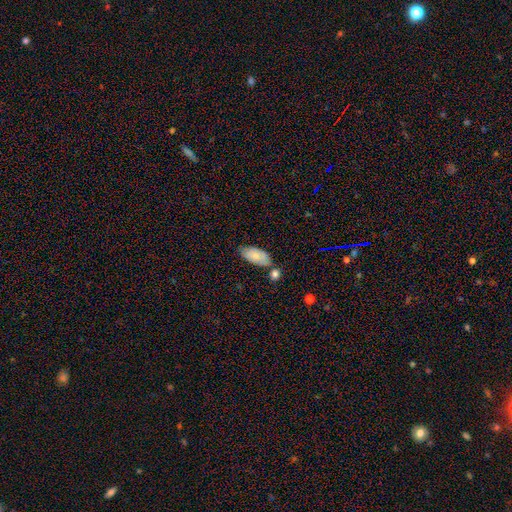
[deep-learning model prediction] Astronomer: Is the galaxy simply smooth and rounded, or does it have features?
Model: smooth — 78%.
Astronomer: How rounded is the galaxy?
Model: in between — 92%.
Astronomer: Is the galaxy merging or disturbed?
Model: none — 59%.